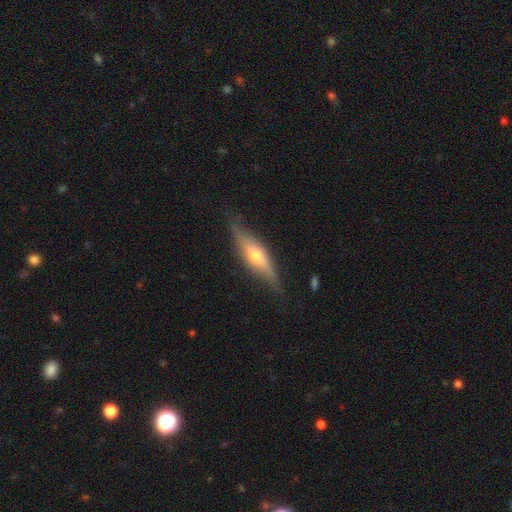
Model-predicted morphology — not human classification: A featured or disk galaxy (64%) viewed edge-on (89%) with a rounded central bulge (86%). Merging: none (80%).